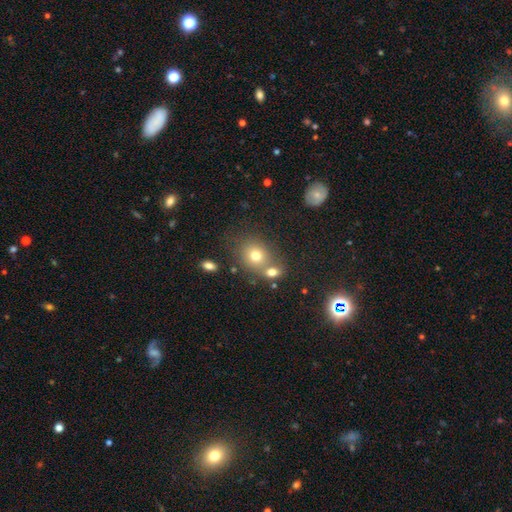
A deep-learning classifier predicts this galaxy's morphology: Q: Smooth or featured?
A: smooth (74%); runner-up: star or artifact (14%)
Q: How rounded?
A: round (69%); runner-up: in between (30%)
Q: Merging?
A: none (50%); runner-up: merger (35%)